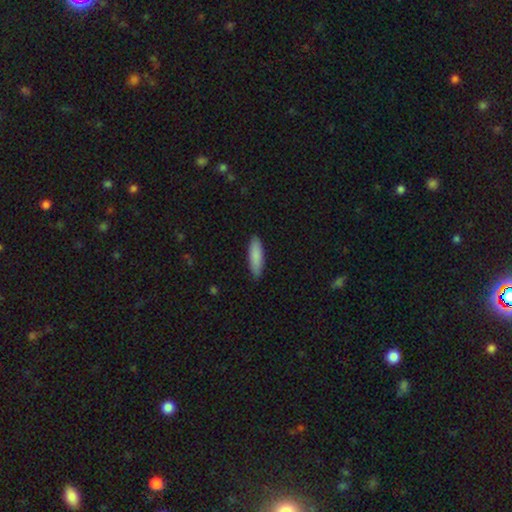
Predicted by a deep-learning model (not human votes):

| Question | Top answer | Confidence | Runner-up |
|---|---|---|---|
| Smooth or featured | smooth | 87% | featured or disk (8%) |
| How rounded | cigar-shaped | 58% | in between (40%) |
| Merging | none | 88% | minor disturbance (9%) |